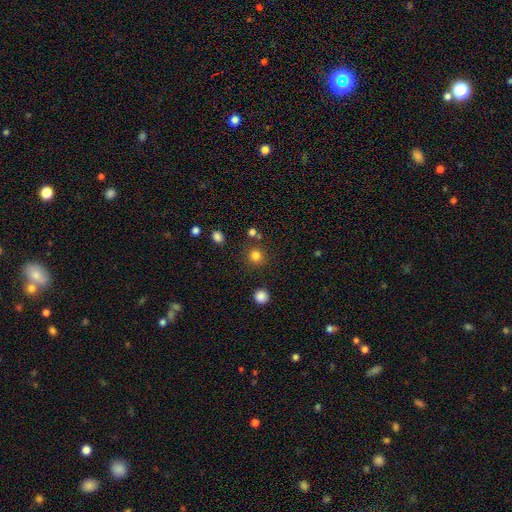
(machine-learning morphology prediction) smooth 81%, star or artifact 14%, featured or disk 5%. Down the decision tree: how rounded — round (91%); merging — none (83%).